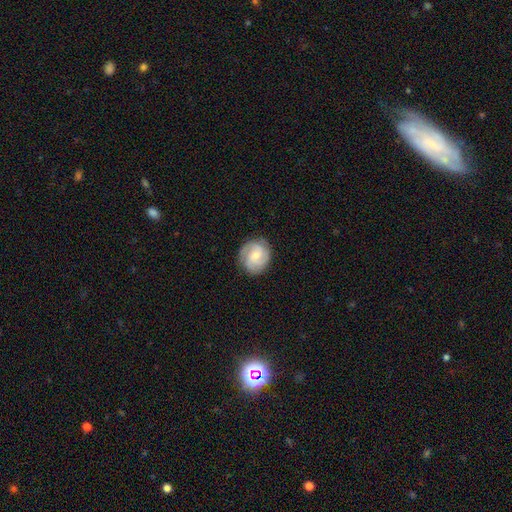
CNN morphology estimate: Overall: featured or disk (70%). Edge-on disk: no (98%). Bar: no (58%; weak 36%). Spiral arms: yes (95%). Spiral arm count: 3 (50%; 2 20%). Spiral winding: tight (51%; medium 40%). Bulge size: small (53%; moderate 41%). Merging: none (83%).